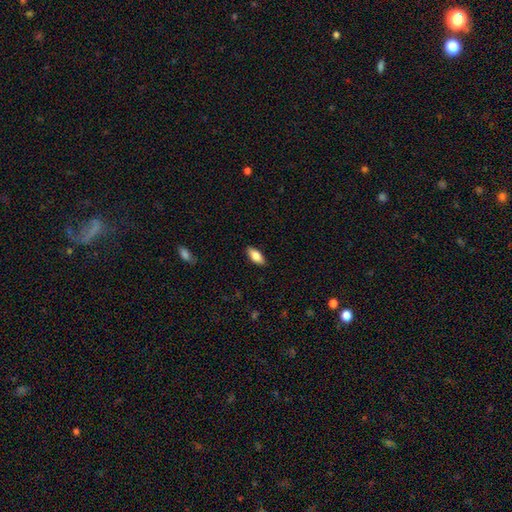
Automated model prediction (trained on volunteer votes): A smooth galaxy with no disk features (79%) that is in between round and cigar-shaped (83%). Merging: none (88%).